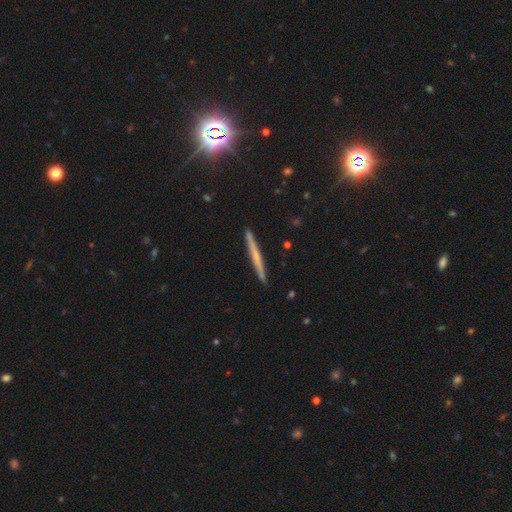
Smooth or featured? featured or disk (51%)
Edge-on disk? yes (95%)
Edge-on bulge? none (53%)
Merging? none (92%)